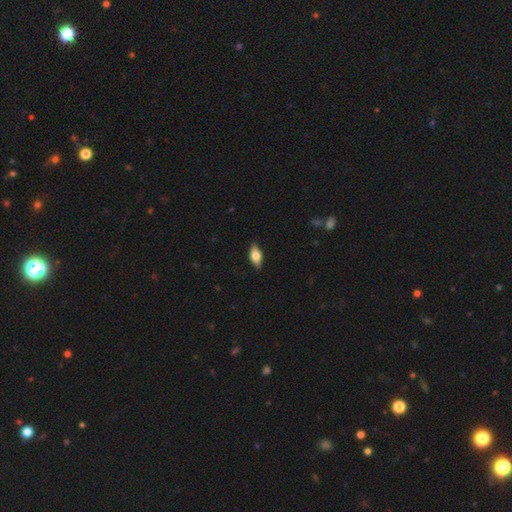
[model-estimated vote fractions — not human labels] smooth-or-featured: smooth: 52% | featured or disk: 41% | star or artifact: 7%
  how-rounded: in between: 78% | cigar-shaped: 17% | round: 4%
  merging: none: 87% | minor disturbance: 10% | major disturbance: 2% | merger: 1%